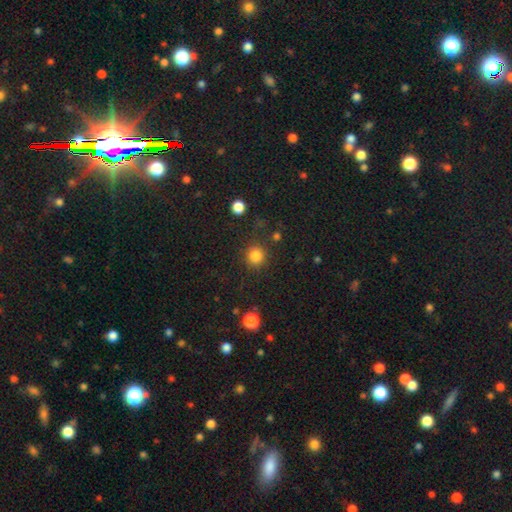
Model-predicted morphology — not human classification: Smooth or featured?
  - smooth: 83% *
  - star or artifact: 13%
  - featured or disk: 4%
How rounded?
  - round: 91% *
  - in between: 8%
  - cigar-shaped: 1%
Merging?
  - none: 86% *
  - minor disturbance: 8%
  - major disturbance: 3%
  - merger: 3%